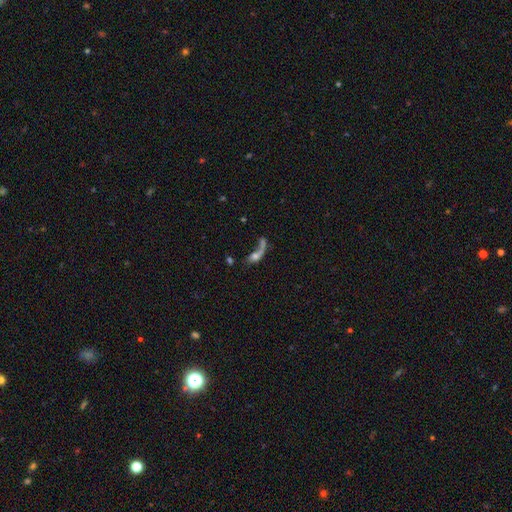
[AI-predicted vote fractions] This is marginally a smooth galaxy (39%). Merging: marginally none (36%, tied with merger).